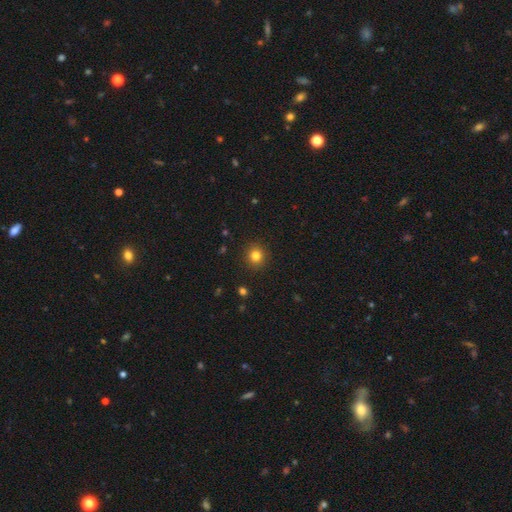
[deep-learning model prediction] smooth-or-featured: smooth: 81% | star or artifact: 13% | featured or disk: 6%
  how-rounded: round: 91% | in between: 8% | cigar-shaped: 1%
  merging: none: 91% | minor disturbance: 6% | major disturbance: 2% | merger: 1%